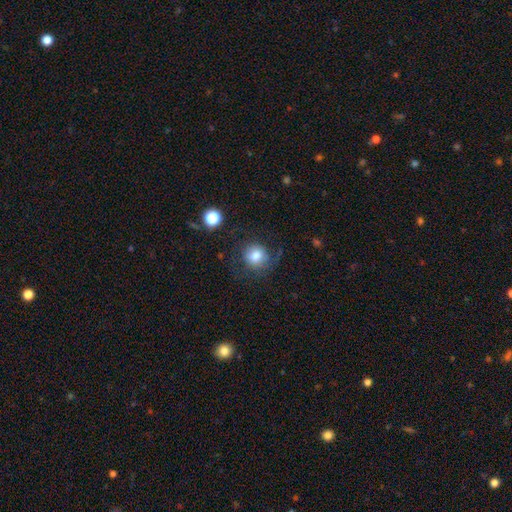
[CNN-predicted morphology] type=smooth (76%); roundness=round (86%); merging=none (65%).